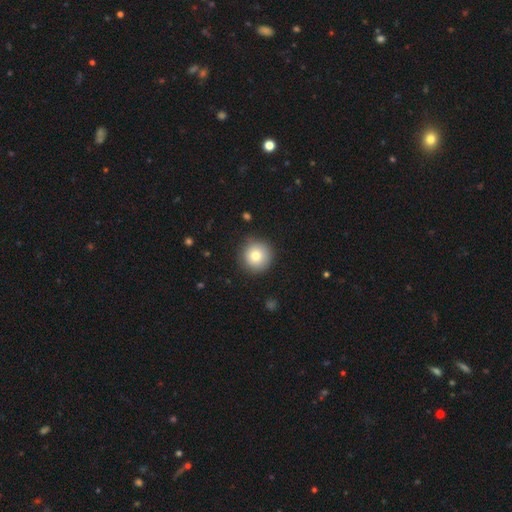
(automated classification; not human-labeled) A smooth galaxy with no disk features (78%) that is round (96%).

Vote fractions:
- Smooth or featured? smooth: 78% / featured or disk: 12% / star or artifact: 10%
- How rounded? round: 96% / in between: 3% / cigar-shaped: 1%
- Merging? none: 89% / minor disturbance: 8% / major disturbance: 2% / merger: 1%